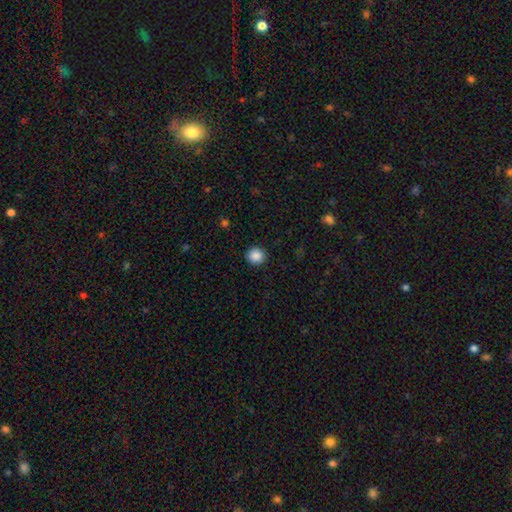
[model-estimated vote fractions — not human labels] smooth 88%, star or artifact 9%, featured or disk 3%. Down the decision tree: how rounded — round (91%); merging — none (92%).